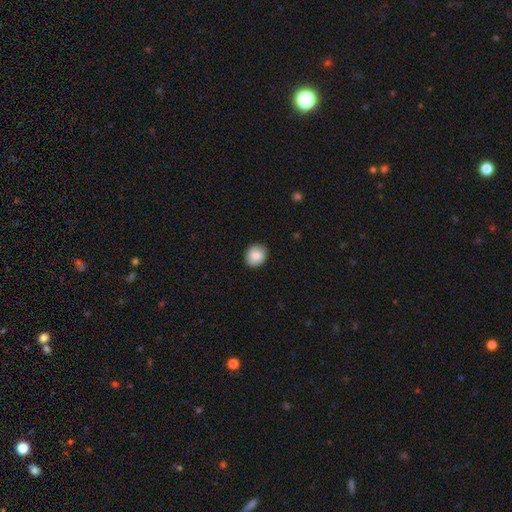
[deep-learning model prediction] smooth_or_featured: smooth (p=0.82) [alt: featured or disk p=0.11]
how_rounded: round (p=0.74) [alt: in between p=0.25]
merging: none (p=0.87) [alt: minor disturbance p=0.10]